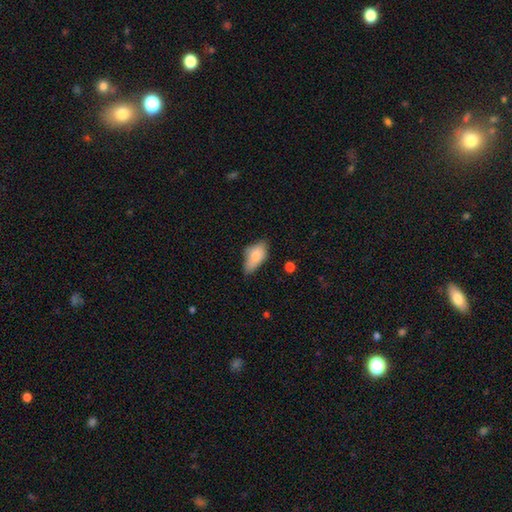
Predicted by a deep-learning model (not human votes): Smooth or featured? smooth (78%)
How rounded? in between (91%)
Merging? none (47%)